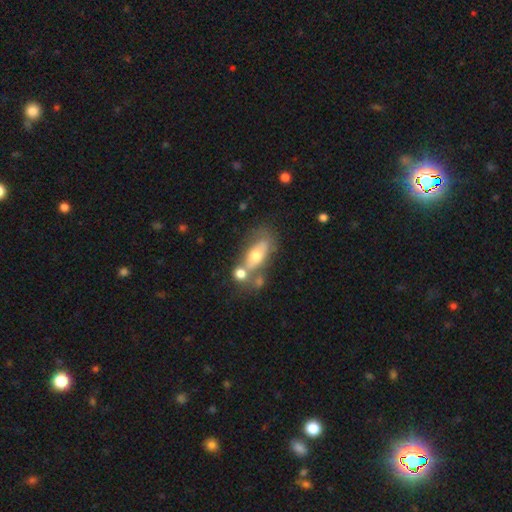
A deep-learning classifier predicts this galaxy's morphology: Smooth or featured: smooth — 54% (featured or disk — 38%)
How rounded: in between — 75% (cigar-shaped — 16%)
Merging: none — 42% (merger — 31%)